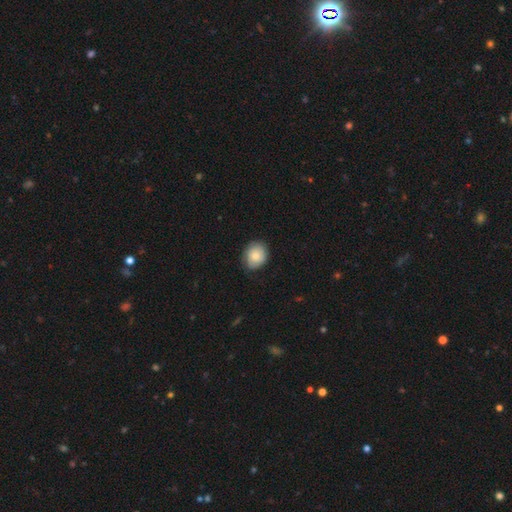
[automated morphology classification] smooth 73%, featured or disk 20%, star or artifact 7%. Down the decision tree: how rounded — round (63%); merging — none (76%).